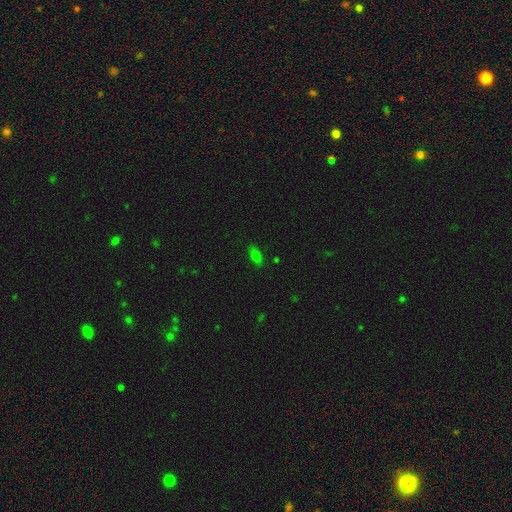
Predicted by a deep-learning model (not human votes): smooth_or_featured: smooth (p=0.72) [alt: star or artifact p=0.19]
how_rounded: in between (p=0.81) [alt: cigar-shaped p=0.14]
merging: none (p=0.84) [alt: minor disturbance p=0.12]